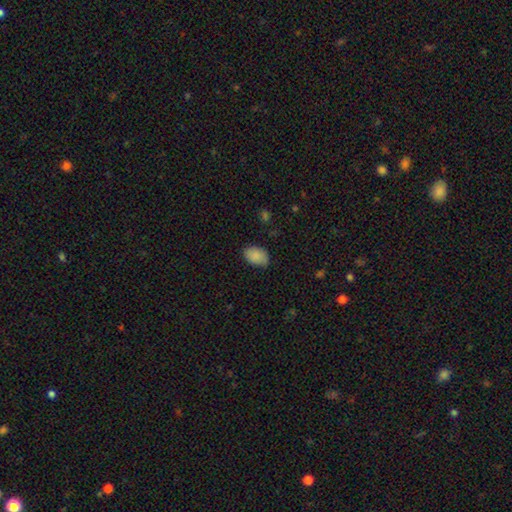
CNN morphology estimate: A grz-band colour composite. It shows a smooth galaxy with no disk features (88%) that is in between round and cigar-shaped (88%). Merging: none (78%).